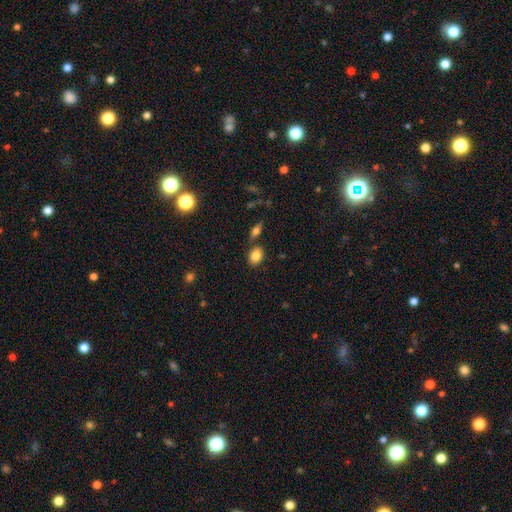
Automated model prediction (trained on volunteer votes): The model was most divided on "how rounded": in between: 69%, round: 30%, cigar-shaped: 2%. More confident: smooth or featured — smooth (83%); merging — none (72%).